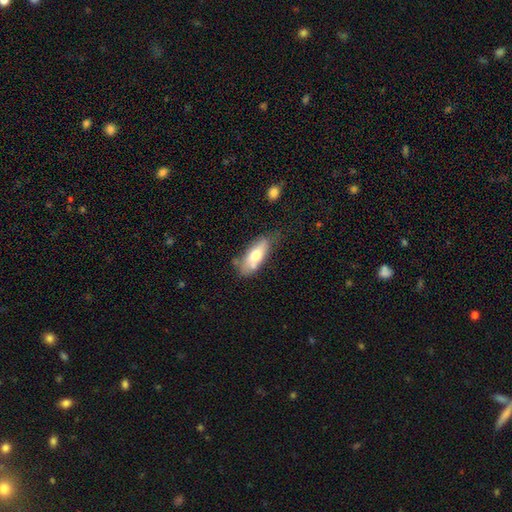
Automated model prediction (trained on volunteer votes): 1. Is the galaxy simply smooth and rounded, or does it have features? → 65% smooth, 29% featured or disk, 6% star or artifact.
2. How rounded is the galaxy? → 73% in between, 25% cigar-shaped, 2% round.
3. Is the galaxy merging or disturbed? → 57% none, 27% minor disturbance, 8% major disturbance, 8% merger.